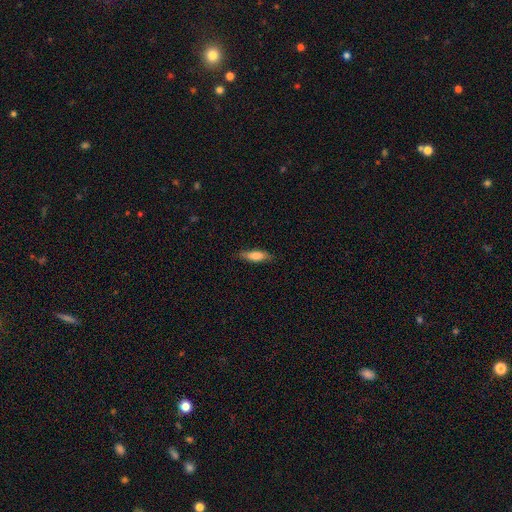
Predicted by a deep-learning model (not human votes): A smooth galaxy with no disk features (74%) that is cigar-shaped (52%).

Vote fractions:
- Smooth or featured? smooth: 74% / featured or disk: 20% / star or artifact: 6%
- How rounded? cigar-shaped: 52% / in between: 46% / round: 2%
- Merging? none: 84% / minor disturbance: 13% / major disturbance: 2% / merger: 1%